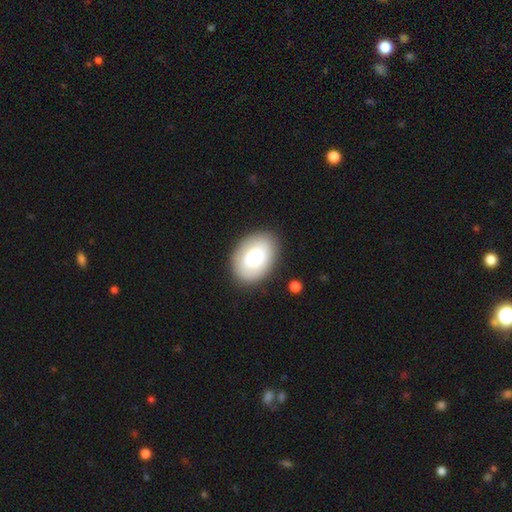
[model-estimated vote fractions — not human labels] A smooth galaxy with no disk features (76%) that is in between round and cigar-shaped (79%). Merging: none (85%).